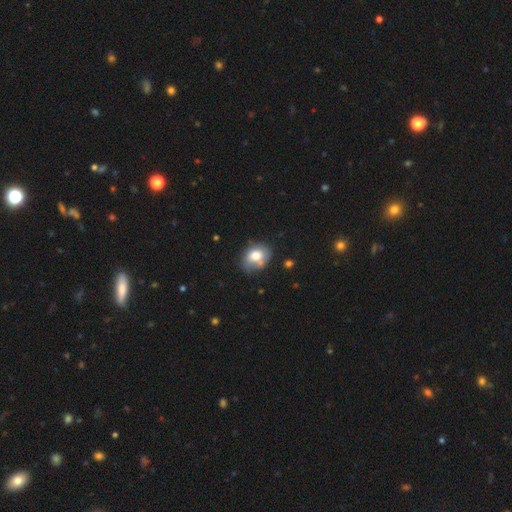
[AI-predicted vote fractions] Morphology: type=smooth (68%); roundness=in between (51%); merging=none (53%).